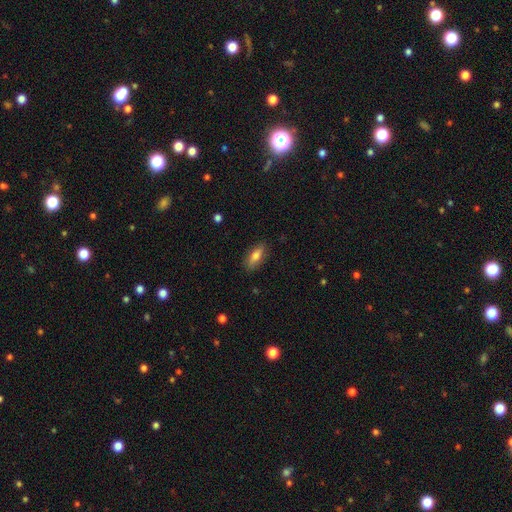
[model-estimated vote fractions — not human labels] smooth_or_featured: smooth (p=0.72) [alt: featured or disk p=0.21]
how_rounded: in between (p=0.70) [alt: cigar-shaped p=0.27]
merging: none (p=0.84) [alt: minor disturbance p=0.12]